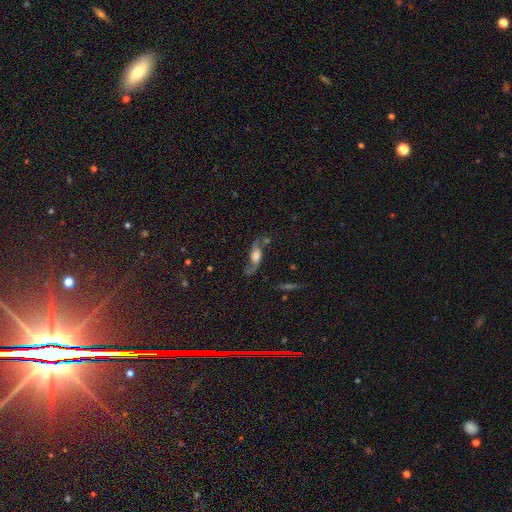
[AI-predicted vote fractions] Smooth or featured: featured or disk — 69% (smooth — 22%)
Edge-on disk: no — 80% (yes — 20%)
Bar: no — 62% (weak — 30%)
Spiral arms: yes — 88% (no — 12%)
Bulge size: large — 51% (moderate — 26%)
Merging: none — 62% (minor disturbance — 20%)